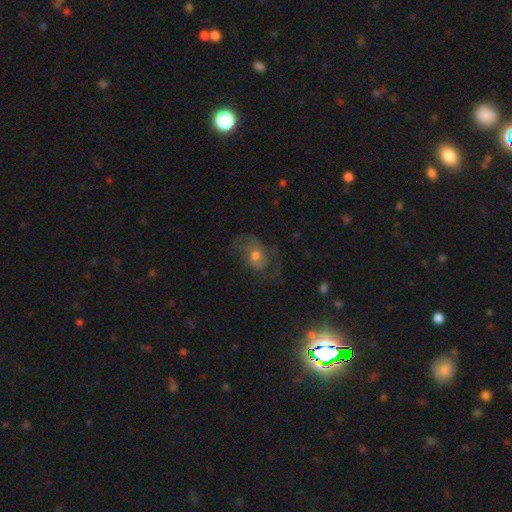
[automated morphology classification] Smooth or featured: featured or disk — 56% (smooth — 28%)
Edge-on disk: no — 95% (yes — 5%)
Bar: no — 73% (weak — 22%)
Spiral arms: yes — 75% (no — 25%)
Bulge size: moderate — 61% (small — 29%)
Merging: none — 53% (major disturbance — 24%)